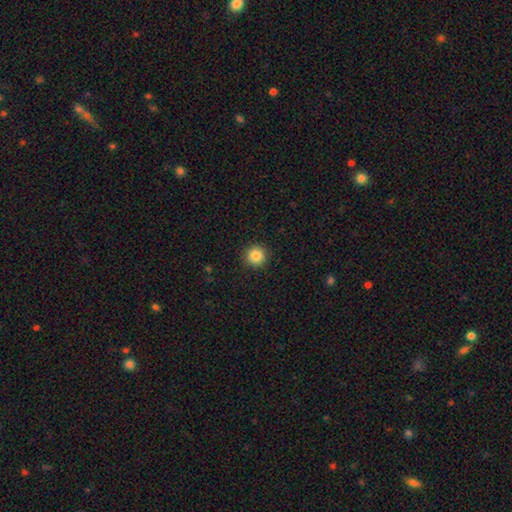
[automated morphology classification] smooth 85%, star or artifact 10%, featured or disk 5%. Down the decision tree: how rounded — round (95%); merging — none (93%).